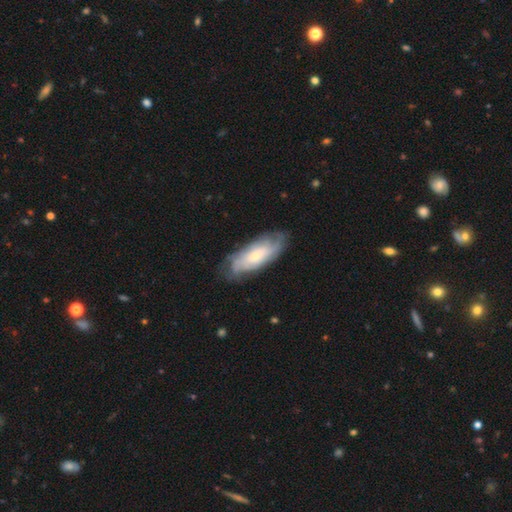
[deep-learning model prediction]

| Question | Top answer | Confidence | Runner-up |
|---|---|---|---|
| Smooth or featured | featured or disk | 58% | smooth (36%) |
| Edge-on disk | no | 85% | yes (15%) |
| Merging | none | 71% | minor disturbance (21%) |